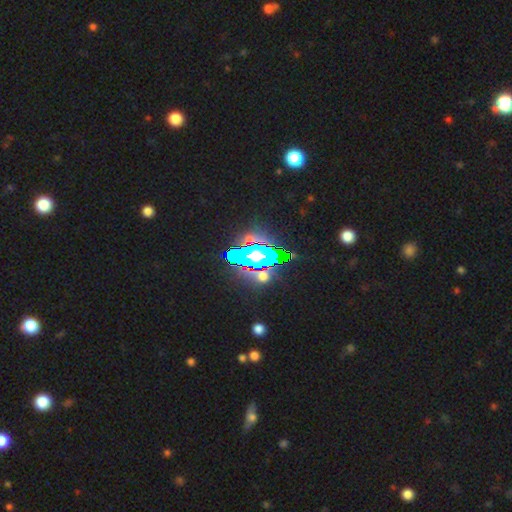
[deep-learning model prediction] Smooth or featured?
  - star or artifact: 60% *
  - smooth: 20%
  - featured or disk: 19%